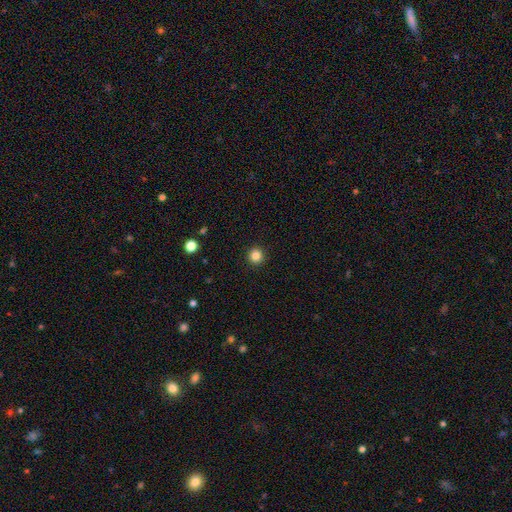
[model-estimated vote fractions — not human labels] A smooth galaxy with no disk features (84%) that is round (96%).

Vote fractions:
- Smooth or featured? smooth: 84% / star or artifact: 12% / featured or disk: 4%
- How rounded? round: 96% / in between: 3% / cigar-shaped: 1%
- Merging? none: 93% / minor disturbance: 4% / major disturbance: 2% / merger: 1%